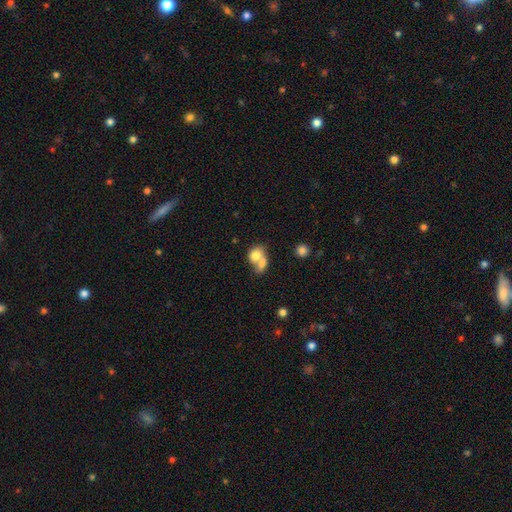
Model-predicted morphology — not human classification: Smooth or featured? smooth (74%)
How rounded? in between (52%)
Merging? merger (66%)